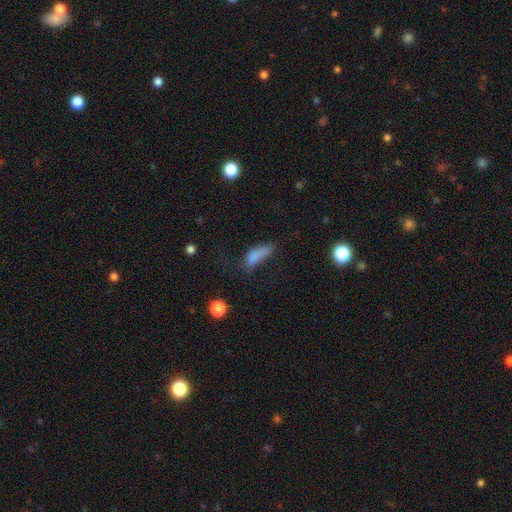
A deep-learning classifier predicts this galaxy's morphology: Overall: smooth (74%). How rounded: in between (65%; cigar-shaped 31%). Merging: major disturbance (34%; minor disturbance 29%).